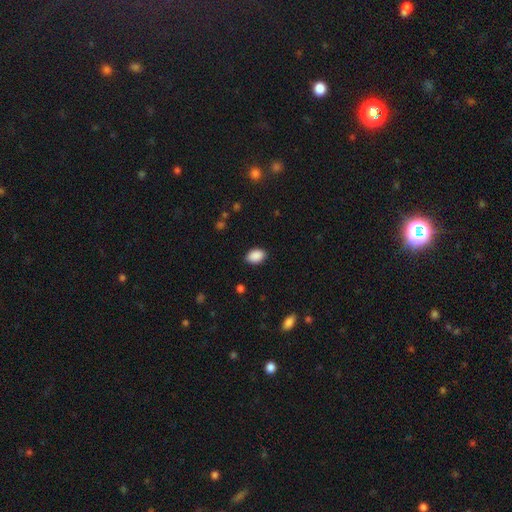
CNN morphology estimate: Smooth or featured? smooth (90%)
How rounded? in between (86%)
Merging? none (87%)